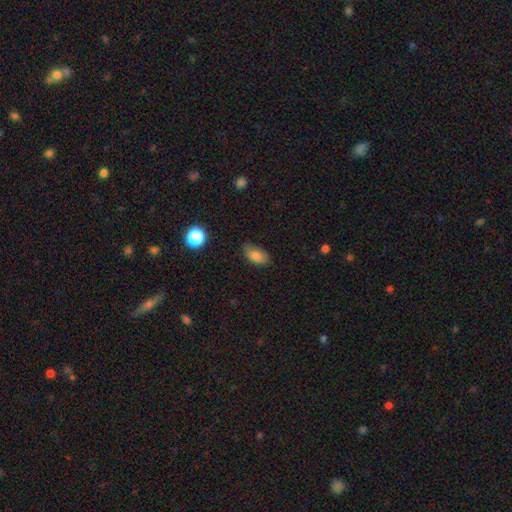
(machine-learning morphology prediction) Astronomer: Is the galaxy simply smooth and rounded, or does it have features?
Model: smooth — 81%.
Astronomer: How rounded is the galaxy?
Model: in between — 89%.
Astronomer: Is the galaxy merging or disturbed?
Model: none — 66%.